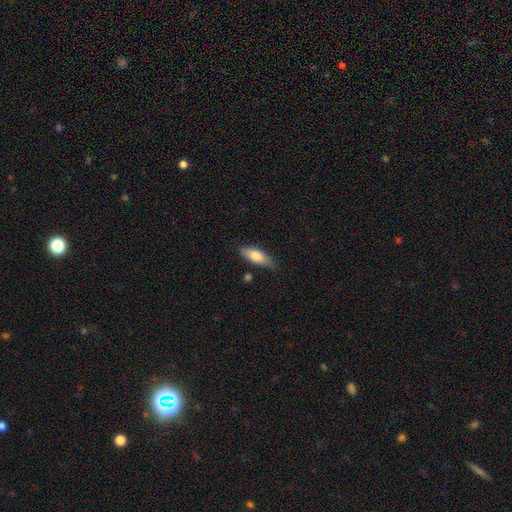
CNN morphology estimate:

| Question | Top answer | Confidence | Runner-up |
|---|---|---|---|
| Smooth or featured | smooth | 75% | featured or disk (19%) |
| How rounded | in between | 66% | cigar-shaped (31%) |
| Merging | none | 74% | minor disturbance (20%) |